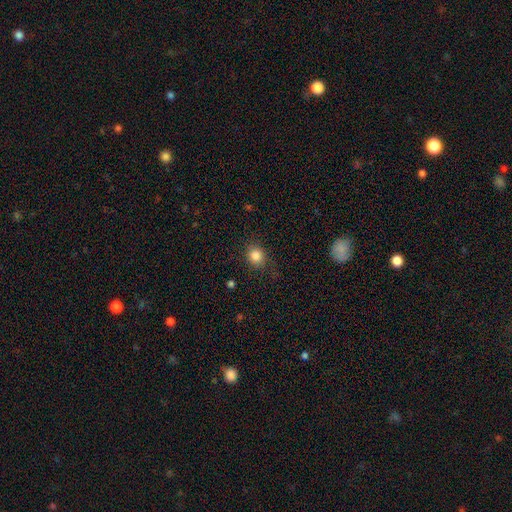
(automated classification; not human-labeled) This appears to be a smooth galaxy with no disk features (84%) that is round (78%). Merging: none (81%).